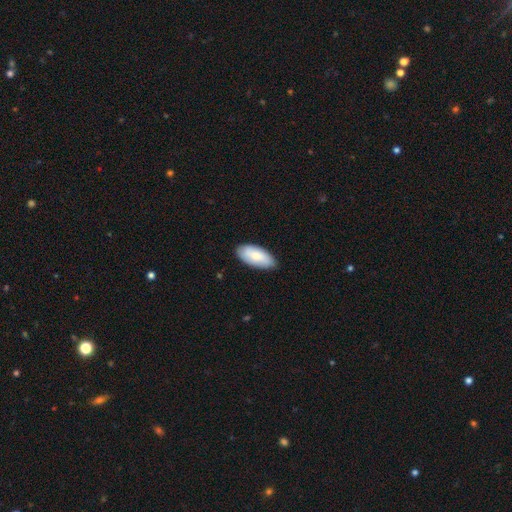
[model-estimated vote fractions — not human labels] Q: Smooth or featured?
A: smooth (82%); runner-up: featured or disk (13%)
Q: How rounded?
A: in between (91%); runner-up: cigar-shaped (7%)
Q: Merging?
A: none (83%); runner-up: minor disturbance (14%)